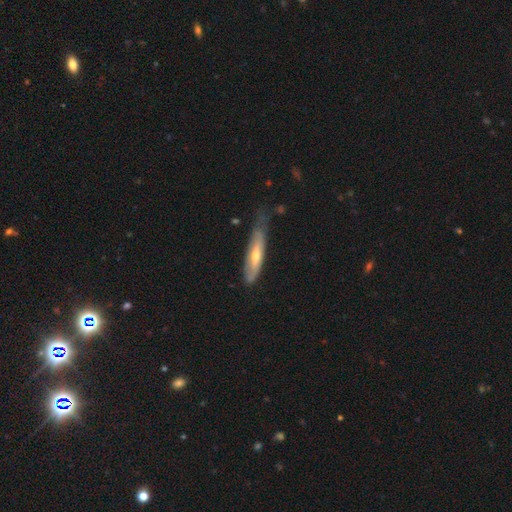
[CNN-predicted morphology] Q: Smooth or featured?
A: featured or disk (47%); tied with: smooth (47%)
Q: Merging?
A: none (50%); runner-up: minor disturbance (37%)